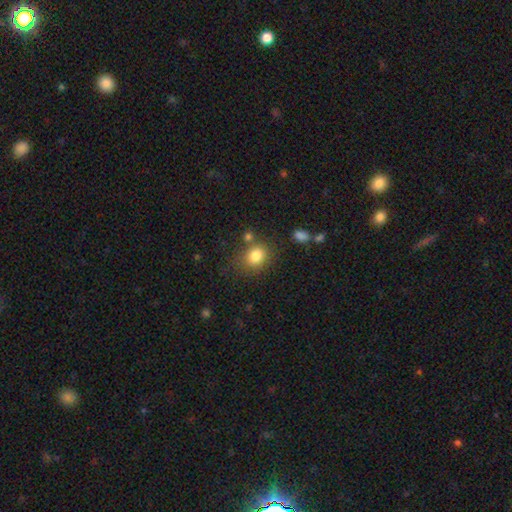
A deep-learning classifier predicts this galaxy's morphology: Smooth or featured?
  - smooth: 82% *
  - star or artifact: 11%
  - featured or disk: 7%
How rounded?
  - round: 66% *
  - in between: 33%
  - cigar-shaped: 1%
Merging?
  - none: 72% *
  - minor disturbance: 14%
  - merger: 9%
  - major disturbance: 5%